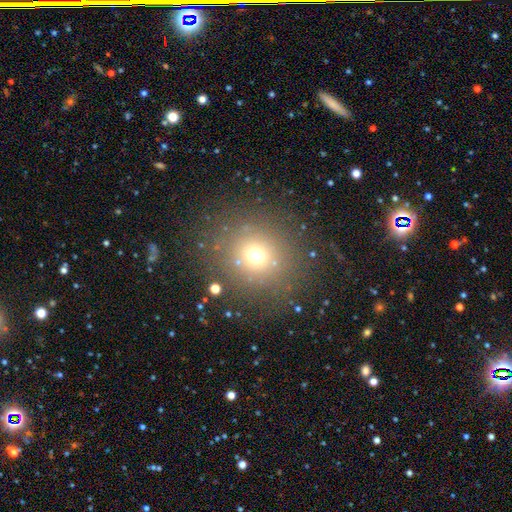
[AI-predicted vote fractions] Overall: smooth (65%; star or artifact 25%). How rounded: round (88%). Merging: none (82%).